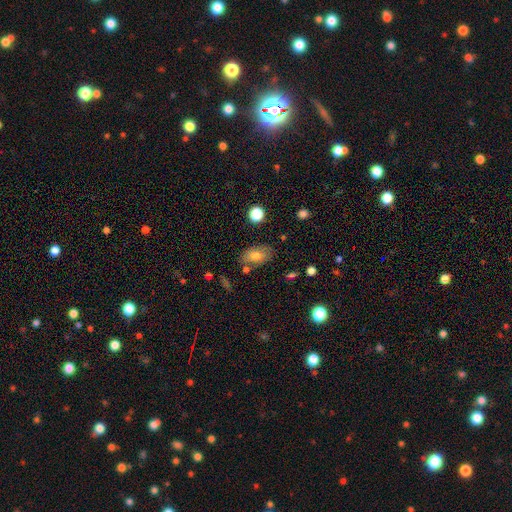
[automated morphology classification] smooth 72%, featured or disk 19%, star or artifact 9%. Down the decision tree: how rounded — in between (88%); merging — none (75%).